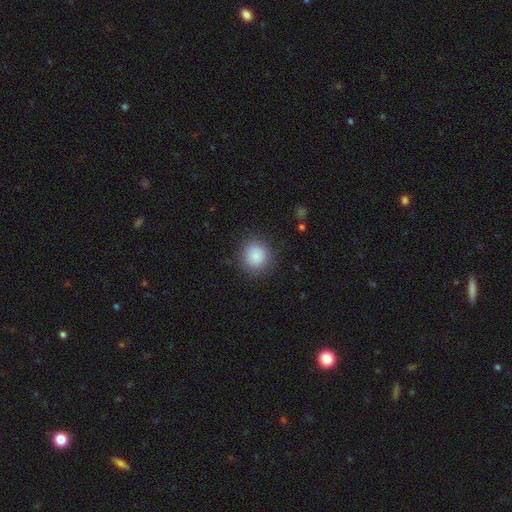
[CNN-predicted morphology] A smooth galaxy with no disk features (86%) that is round (91%). Merging: none (88%).